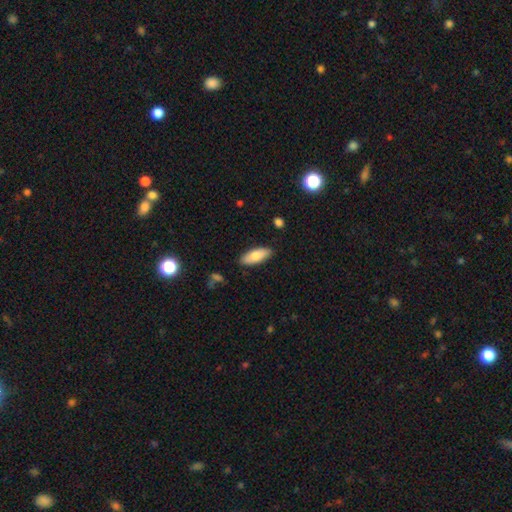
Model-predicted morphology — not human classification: Smooth or featured? smooth (77%)
How rounded? in between (75%)
Merging? none (86%)